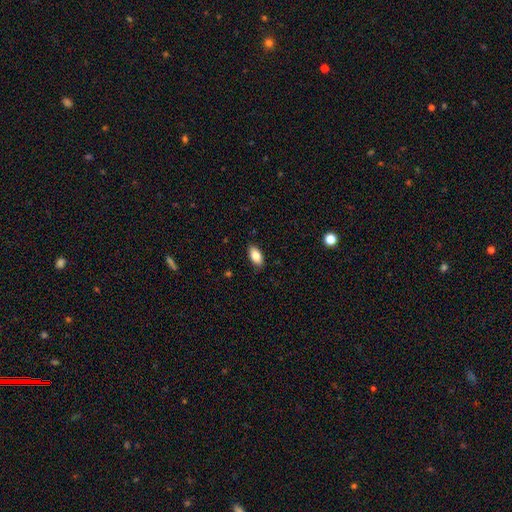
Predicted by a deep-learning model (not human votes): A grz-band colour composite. It shows a smooth galaxy with no disk features (84%) that is in between round and cigar-shaped (91%). Merging: none (87%).